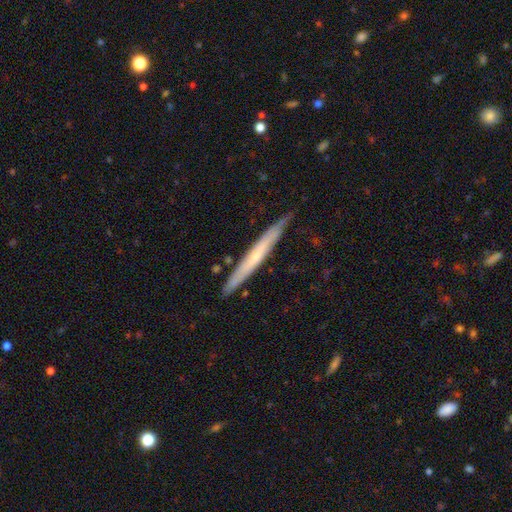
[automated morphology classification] Smooth or featured? featured or disk (53%)
Edge-on disk? yes (92%)
Merging? none (82%)